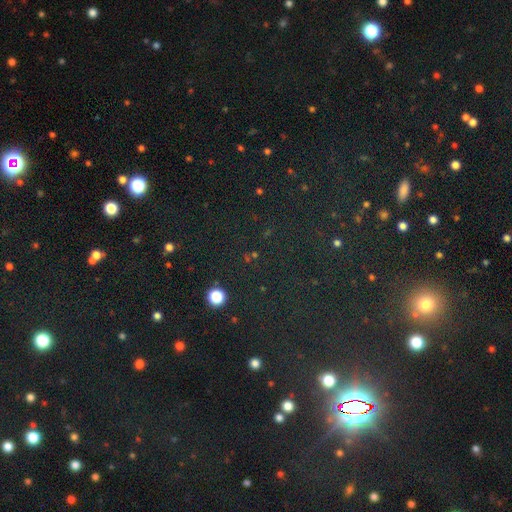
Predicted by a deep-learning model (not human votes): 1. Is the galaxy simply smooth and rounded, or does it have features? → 75% star or artifact, 17% smooth, 7% featured or disk.